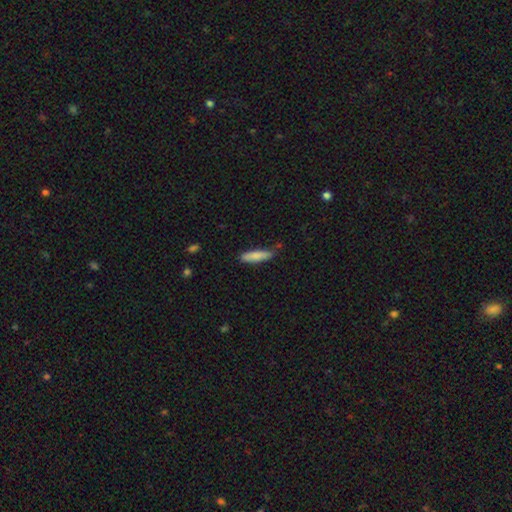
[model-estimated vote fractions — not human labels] Morphology: type=smooth (82%); roundness=cigar-shaped (78%); merging=none (78%).